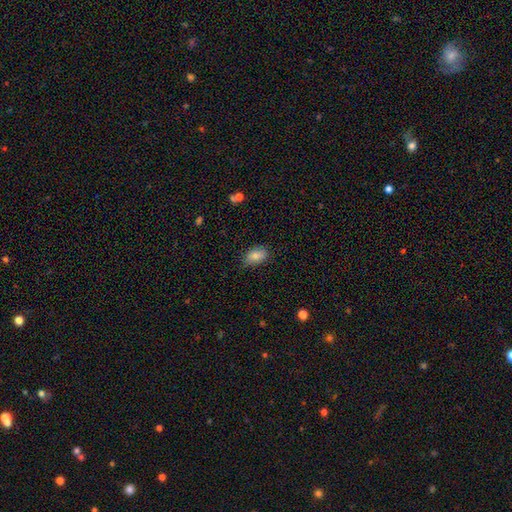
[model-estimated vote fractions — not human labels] The model was most divided on "merging": none: 74%, minor disturbance: 21%, major disturbance: 4%, merger: 1%. More confident: how rounded — in between (88%); smooth or featured — smooth (84%).